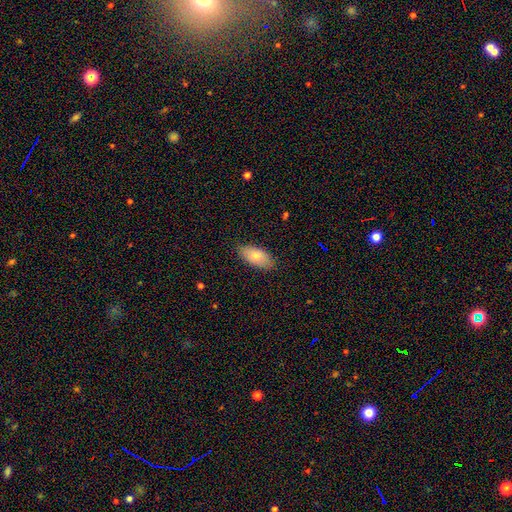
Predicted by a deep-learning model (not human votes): smooth_or_featured: smooth (p=0.77) [alt: featured or disk p=0.16]
how_rounded: in between (p=0.91) [alt: cigar-shaped p=0.06]
merging: none (p=0.86) [alt: minor disturbance p=0.11]